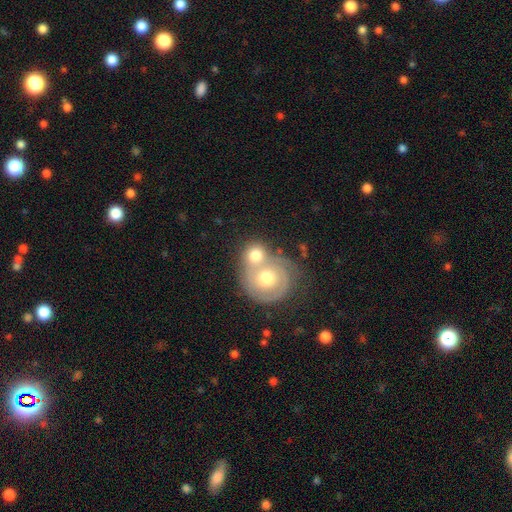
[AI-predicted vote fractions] smooth-or-featured: featured or disk: 59% | smooth: 34% | star or artifact: 7%
  disk-edge-on: no: 97% | yes: 3%
    bar: no: 81% | weak: 16% | strong: 4%
    has-spiral-arms: yes: 72% | no: 28%
    bulge-size: moderate: 72% | small: 15% | large: 10% | none: 2% | dominant: 2%
  merging: merger: 56% | none: 30% | minor disturbance: 9% | major disturbance: 5%